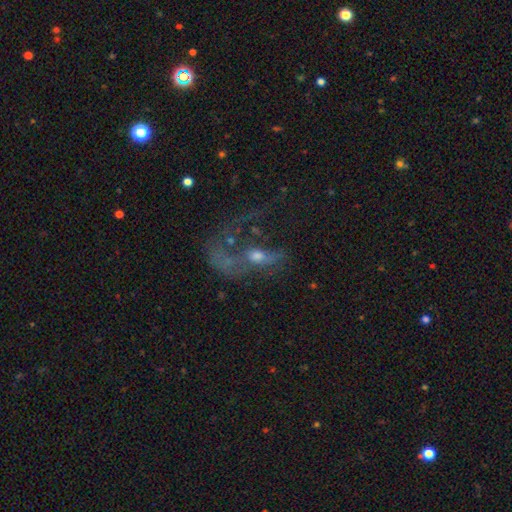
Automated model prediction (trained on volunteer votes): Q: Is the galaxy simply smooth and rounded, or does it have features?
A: featured or disk — 57%.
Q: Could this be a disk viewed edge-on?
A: no — 86%.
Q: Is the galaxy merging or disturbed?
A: major disturbance — 54%.